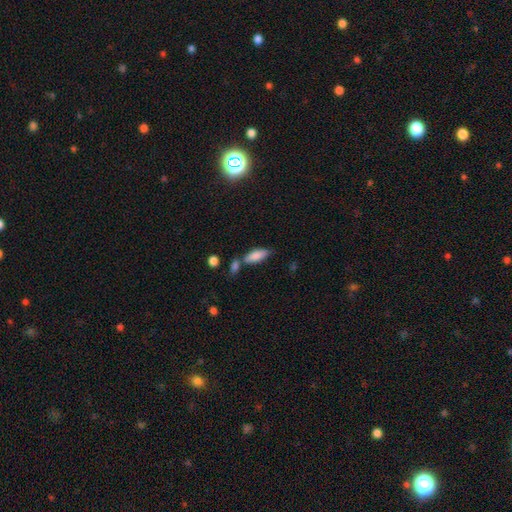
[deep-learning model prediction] Smooth or featured? smooth (84%)
How rounded? in between (75%)
Merging? none (58%)